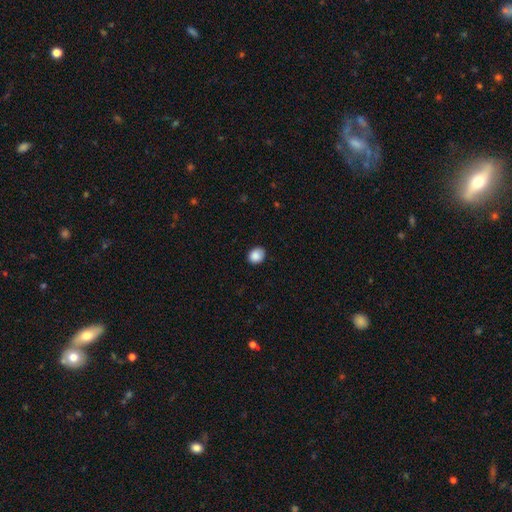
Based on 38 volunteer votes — This is clearly a smooth galaxy (97%). How rounded: possibly in between (54%). Merging: likely none (71%).